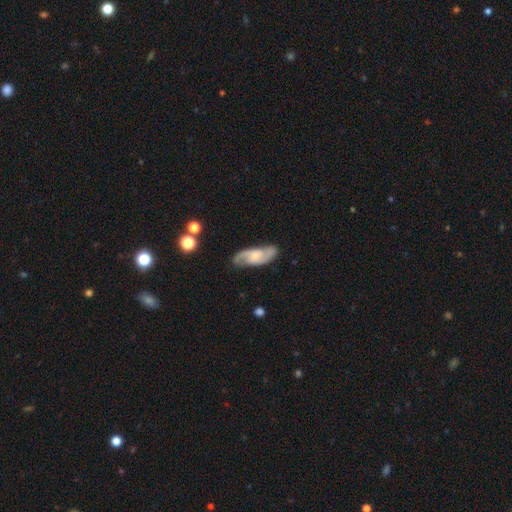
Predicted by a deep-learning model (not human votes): The model was most divided on "bar": no: 53%, weak: 39%, strong: 9%. Remaining: spiral arms — yes (94%); edge-on disk — no (92%); spiral arm count — 2 (87%); merging — none (78%); smooth or featured — featured or disk (72%); bulge size — small (51%); spiral winding — medium (49%).